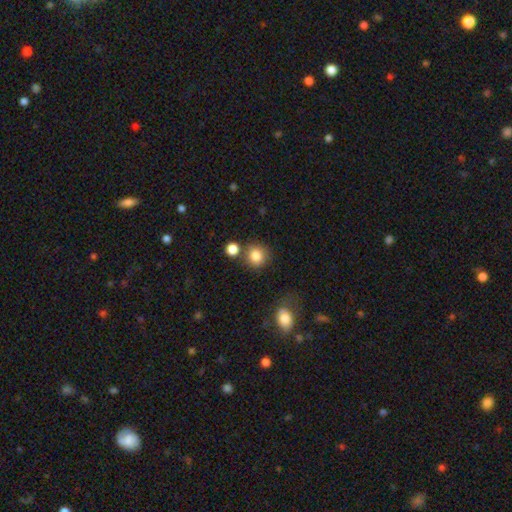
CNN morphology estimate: Smooth or featured?
  - smooth: 84% *
  - star or artifact: 11%
  - featured or disk: 5%
How rounded?
  - round: 88% *
  - in between: 12%
  - cigar-shaped: 1%
Merging?
  - none: 75% *
  - merger: 11%
  - minor disturbance: 10%
  - major disturbance: 4%